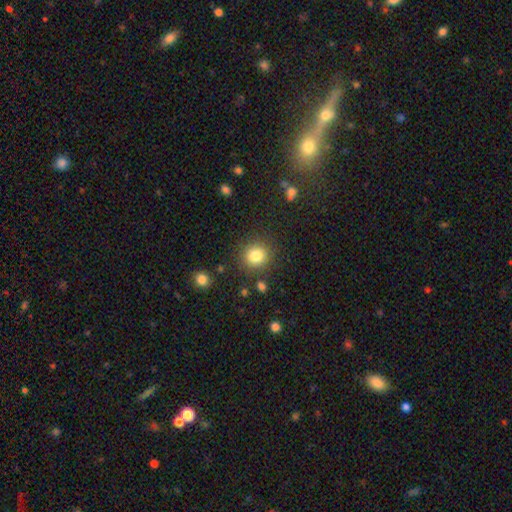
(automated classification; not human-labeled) Smooth or featured?
  - smooth: 83% *
  - star or artifact: 11%
  - featured or disk: 6%
How rounded?
  - round: 88% *
  - in between: 11%
  - cigar-shaped: 1%
Merging?
  - none: 86% *
  - minor disturbance: 8%
  - major disturbance: 3%
  - merger: 3%